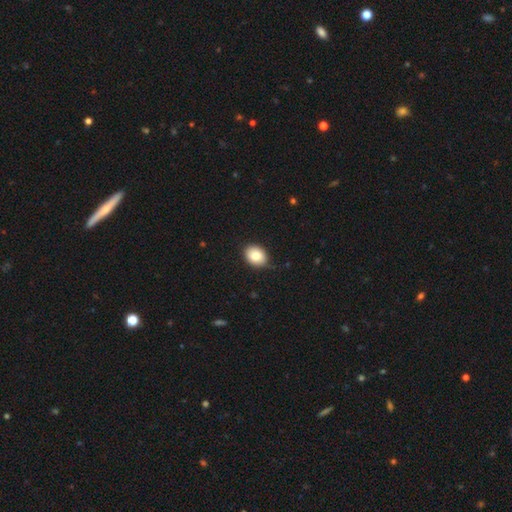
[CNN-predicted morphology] Smooth or featured: smooth — 83% (featured or disk — 9%)
How rounded: in between — 56% (round — 43%)
Merging: none — 82% (minor disturbance — 15%)